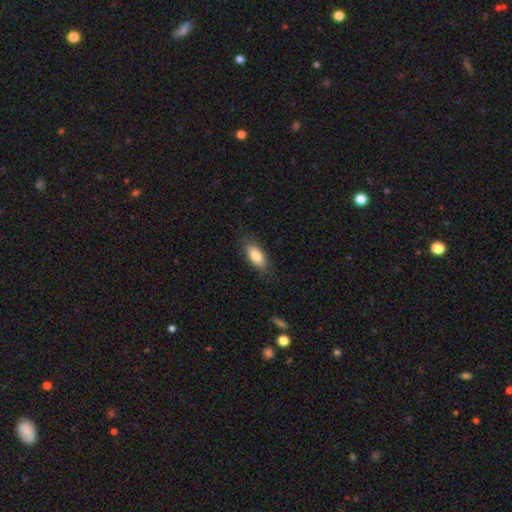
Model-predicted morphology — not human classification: Overall: smooth (82%). How rounded: in between (83%). Merging: none (83%).